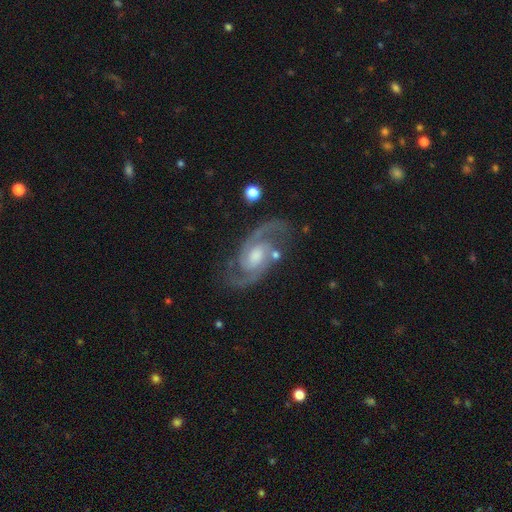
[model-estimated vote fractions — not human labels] Smooth or featured? featured or disk (93%)
Edge-on disk? no (98%)
Bar? no (45%)
Spiral arms? yes (99%)
Spiral winding? medium (61%)
Spiral arm count? 2 (93%)
Bulge size? moderate (54%)
Merging? none (79%)